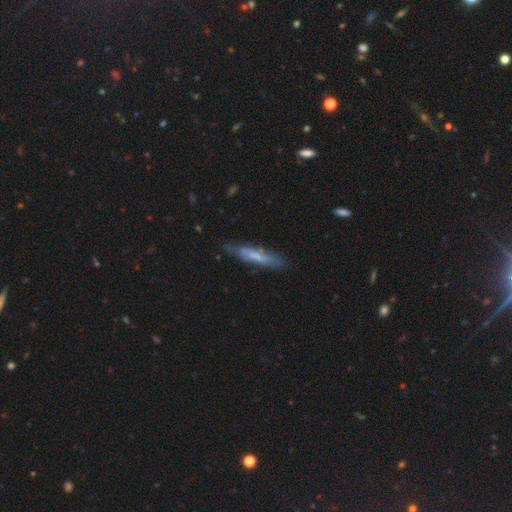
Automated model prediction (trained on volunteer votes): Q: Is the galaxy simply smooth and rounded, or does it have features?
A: smooth — 53%.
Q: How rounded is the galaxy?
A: cigar-shaped — 83%.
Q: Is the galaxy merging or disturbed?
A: none — 71%.